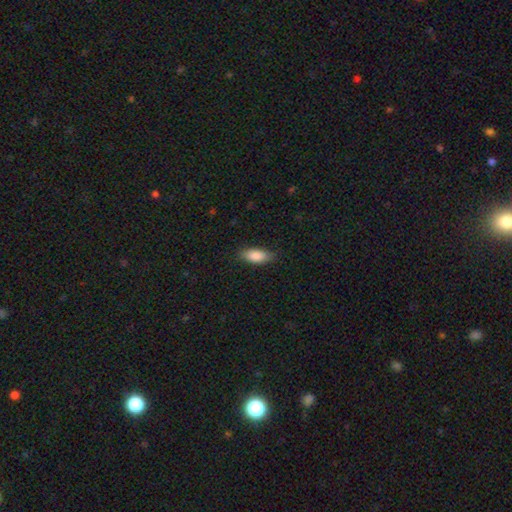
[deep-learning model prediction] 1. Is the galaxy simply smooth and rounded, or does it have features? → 87% smooth, 7% featured or disk, 6% star or artifact.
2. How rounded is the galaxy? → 83% in between, 14% cigar-shaped, 2% round.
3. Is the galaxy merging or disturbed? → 84% none, 12% minor disturbance, 3% major disturbance, 1% merger.